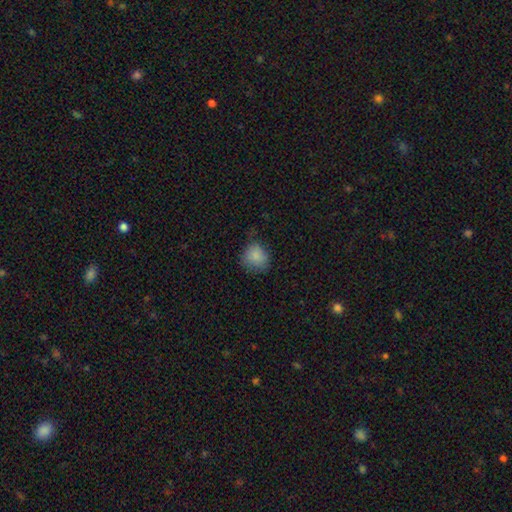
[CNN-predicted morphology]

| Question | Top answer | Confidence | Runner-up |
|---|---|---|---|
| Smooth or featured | smooth | 84% | star or artifact (9%) |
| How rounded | round | 73% | in between (26%) |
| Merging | none | 60% | minor disturbance (30%) |